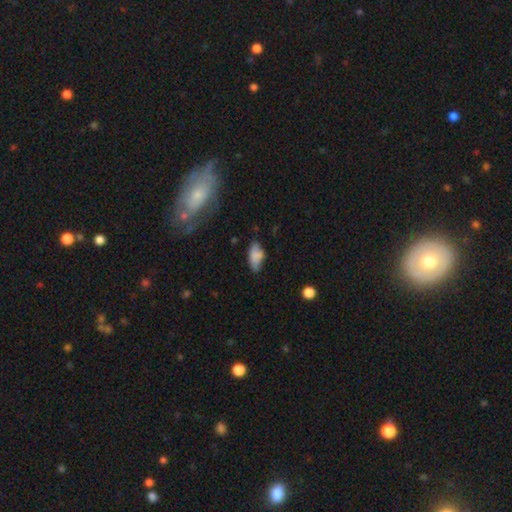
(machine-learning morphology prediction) smooth_or_featured: smooth (p=0.81) [alt: featured or disk p=0.11]
how_rounded: in between (p=0.90) [alt: cigar-shaped p=0.07]
merging: none (p=0.64) [alt: minor disturbance p=0.27]